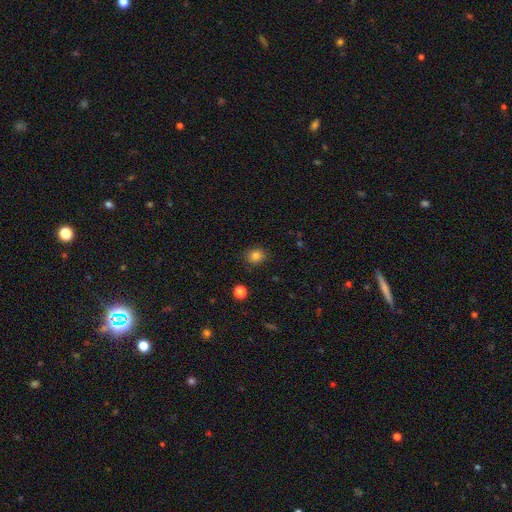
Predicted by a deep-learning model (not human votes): Smooth or featured? Predicted: smooth (p=0.83). How rounded? Predicted: round (p=0.71). Merging? Predicted: none (p=0.87).